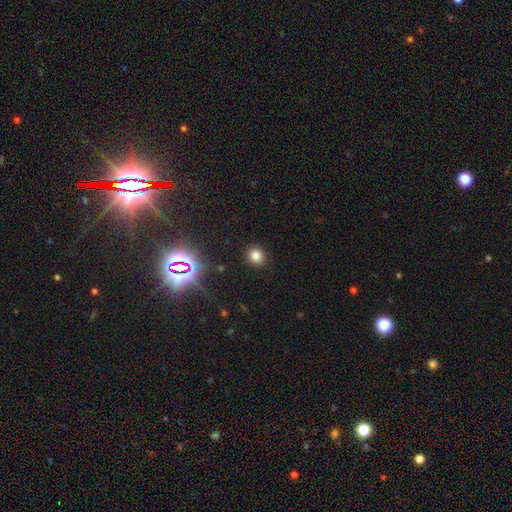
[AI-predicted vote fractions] Q: Smooth or featured?
A: smooth (78%); runner-up: star or artifact (17%)
Q: How rounded?
A: round (82%); runner-up: in between (17%)
Q: Merging?
A: none (90%); runner-up: minor disturbance (6%)